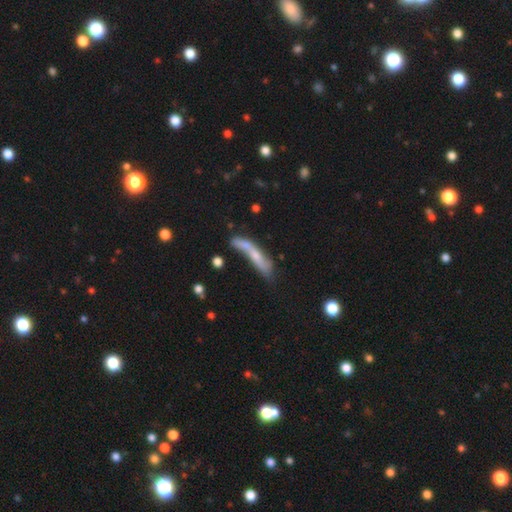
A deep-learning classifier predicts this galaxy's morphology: Q: Smooth or featured?
A: smooth (53%); runner-up: featured or disk (40%)
Q: How rounded?
A: cigar-shaped (77%); runner-up: in between (21%)
Q: Merging?
A: none (34%); runner-up: merger (27%)